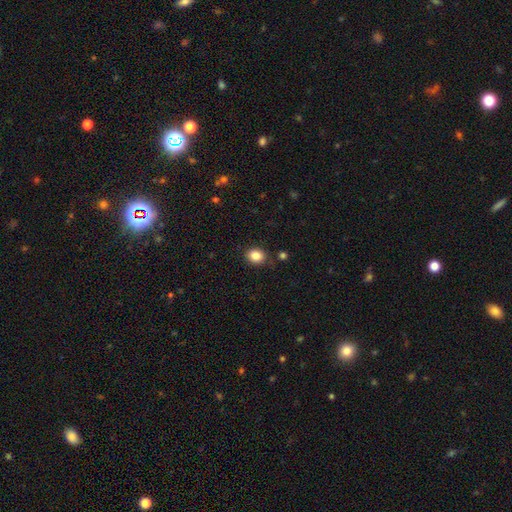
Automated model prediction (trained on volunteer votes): This is clearly a smooth galaxy (86%). How rounded: possibly round (57%). Merging: clearly none (84%).